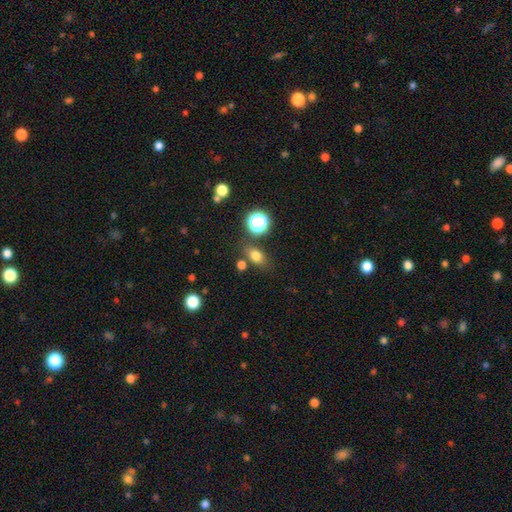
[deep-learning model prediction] This is likely a smooth galaxy (75%). How rounded: likely in between (68%). Merging: likely none (74%).